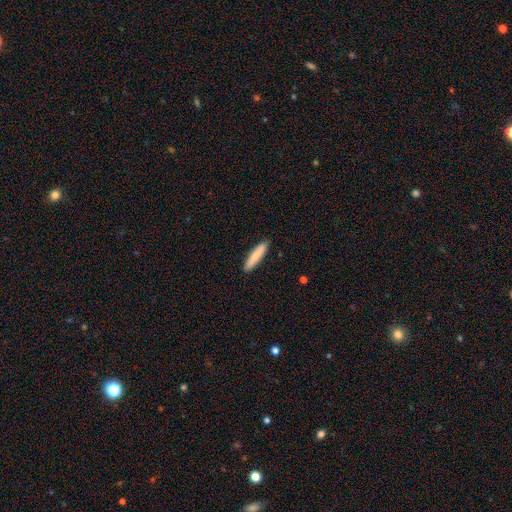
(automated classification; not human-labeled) Smooth or featured: smooth — 84% (featured or disk — 11%)
How rounded: cigar-shaped — 88% (in between — 11%)
Merging: none — 90% (minor disturbance — 7%)